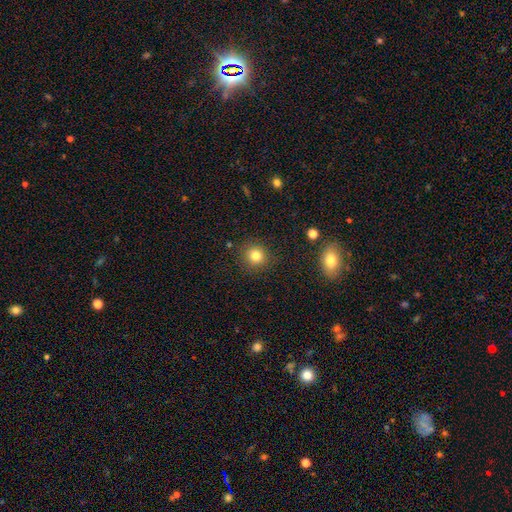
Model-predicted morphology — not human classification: Smooth or featured? smooth (80%)
How rounded? round (91%)
Merging? none (89%)